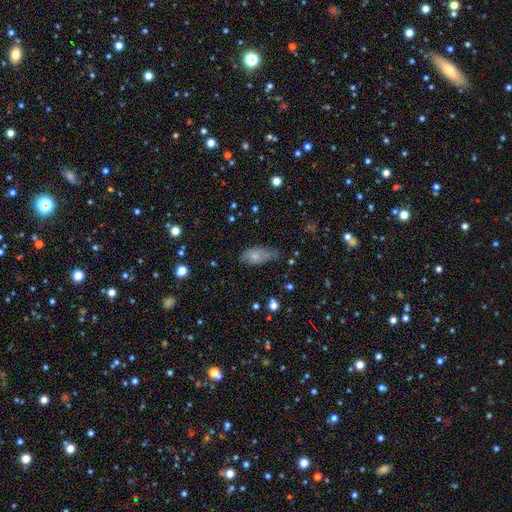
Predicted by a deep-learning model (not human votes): Smooth or featured? smooth (74%)
How rounded? in between (90%)
Merging? none (46%)